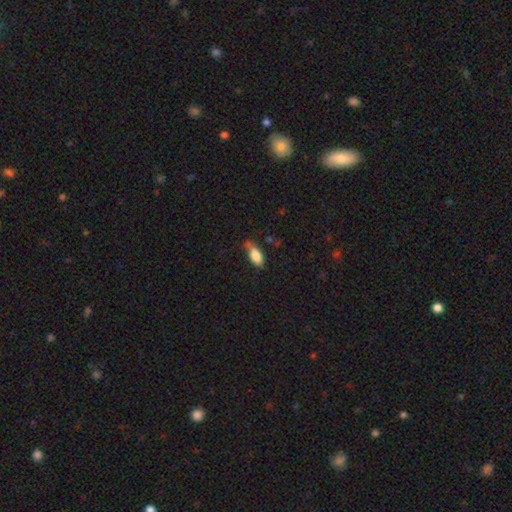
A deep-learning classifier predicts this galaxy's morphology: This appears to be a smooth galaxy with no disk features (79%) that is in between round and cigar-shaped (83%). Merging: none (47%).